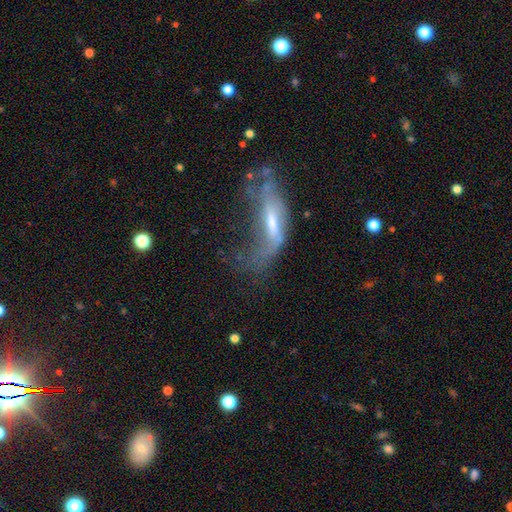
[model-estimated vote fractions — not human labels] This is possibly a featured or disk galaxy (58%). It is likely not viewed edge-on (76%). Merging: possibly major disturbance (47%).